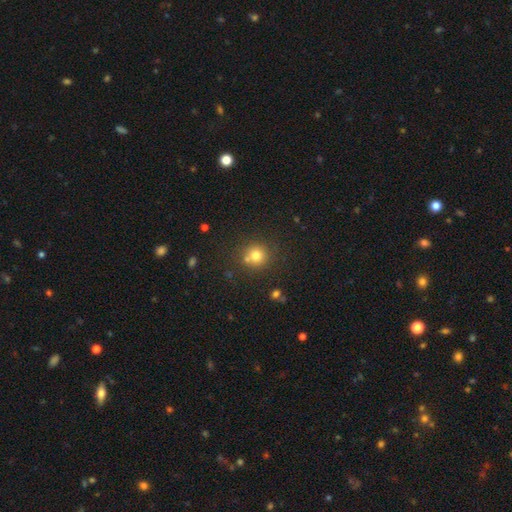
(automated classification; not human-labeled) Smooth or featured? Predicted: smooth (p=0.76). How rounded? Predicted: round (p=0.91). Merging? Predicted: none (p=0.71).